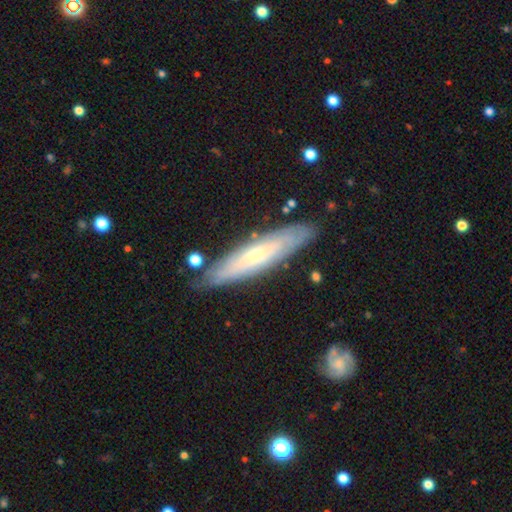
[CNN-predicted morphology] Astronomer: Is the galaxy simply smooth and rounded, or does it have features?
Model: featured or disk — 54% (runner-up: smooth, 40%).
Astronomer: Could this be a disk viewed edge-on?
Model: yes — 60% (runner-up: no, 40%).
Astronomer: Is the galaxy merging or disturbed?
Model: none — 82%.